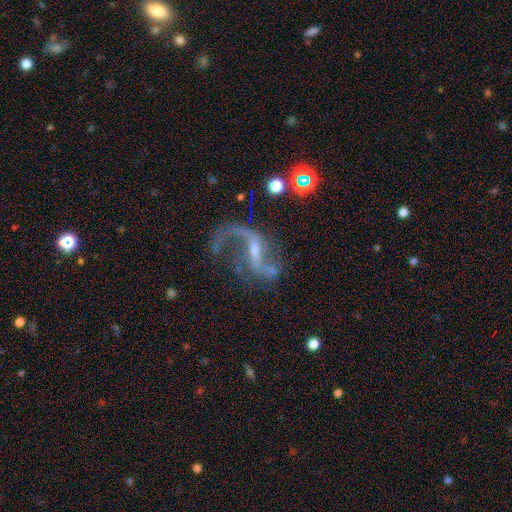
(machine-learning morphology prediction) This appears to be a featured or disk galaxy (89%) with a weak bar (40%), 2 (88%) loose (82%) spiral arms (96%) and a small central bulge (71%). Merging: none (58%).